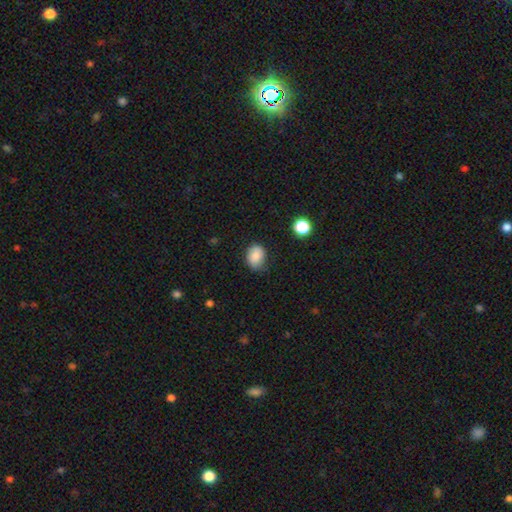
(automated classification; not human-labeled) The model was most divided on "how rounded": in between: 62%, round: 38%, cigar-shaped: 1%. More confident: smooth or featured — smooth (83%); merging — none (72%).